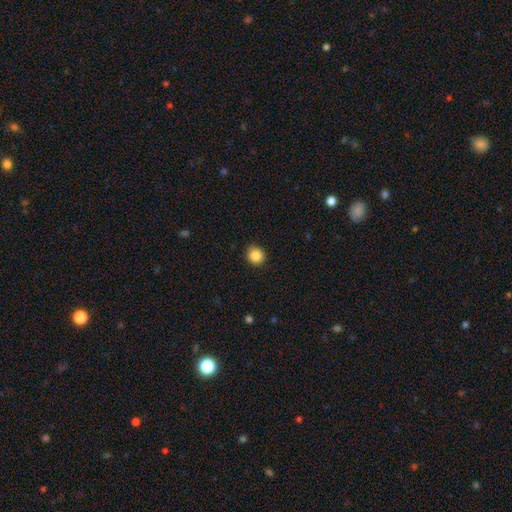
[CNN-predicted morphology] Smooth or featured: smooth — 87% (star or artifact — 10%)
How rounded: round — 89% (in between — 10%)
Merging: none — 86% (minor disturbance — 10%)